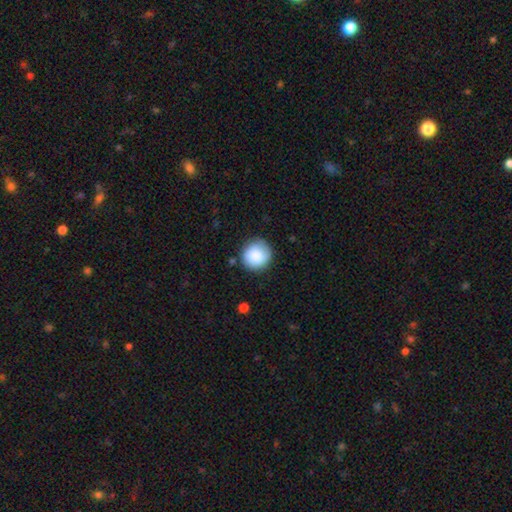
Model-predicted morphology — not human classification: Q: Smooth or featured?
A: smooth (87%); runner-up: star or artifact (7%)
Q: How rounded?
A: round (93%); runner-up: in between (6%)
Q: Merging?
A: none (83%); runner-up: minor disturbance (12%)